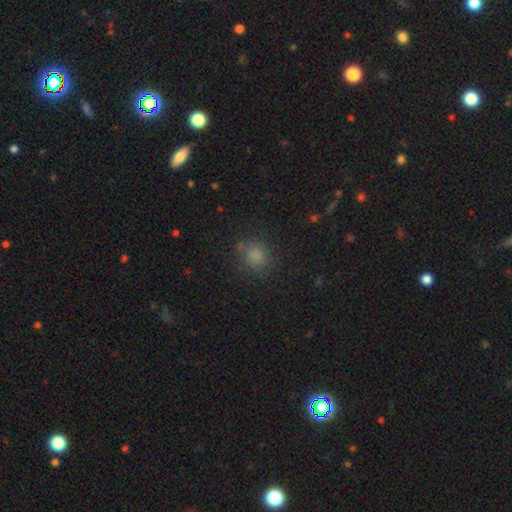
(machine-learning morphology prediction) smooth 81%, star or artifact 14%, featured or disk 5%. Down the decision tree: how rounded — round (76%); merging — none (78%).